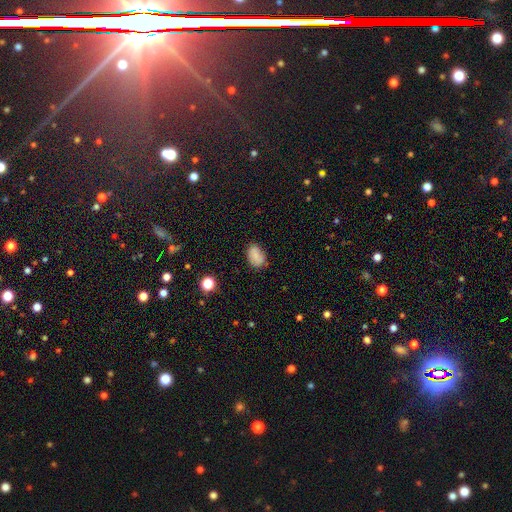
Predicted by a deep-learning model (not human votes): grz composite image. It shows a smooth galaxy with no disk features (78%) that is in between round and cigar-shaped (83%). Merging: none (73%).